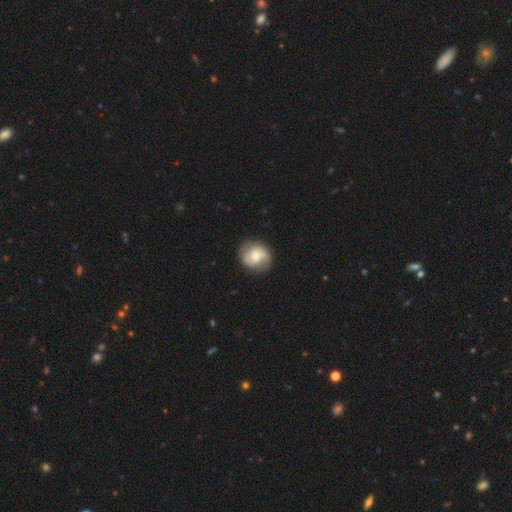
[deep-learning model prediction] A featured or disk galaxy (53%) with no bar (55%), spiral arms (84%) and a moderate central bulge (51%).

Vote fractions:
- Smooth or featured? featured or disk: 53% / smooth: 40% / star or artifact: 7%
- Edge-on disk? no: 97% / yes: 3%
- Bar? no: 55% / weak: 35% / strong: 10%
- Spiral arms? yes: 84% / no: 16%
- Bulge size? moderate: 51% / small: 37% / large: 7% / none: 3% / dominant: 2%
- Merging? none: 78% / minor disturbance: 16% / major disturbance: 5% / merger: 1%